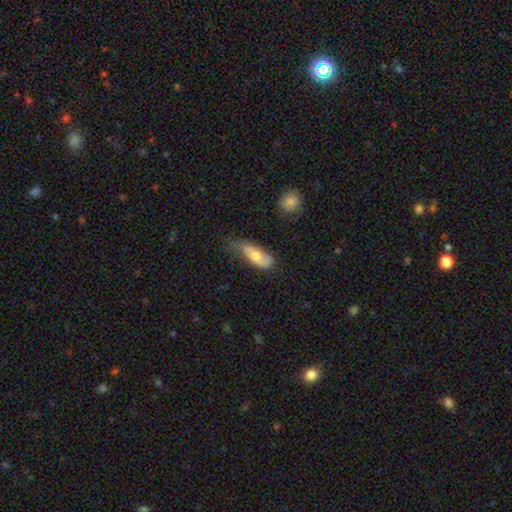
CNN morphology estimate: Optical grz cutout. It shows a smooth galaxy with no disk features (59%) that is in between round and cigar-shaped (77%). Merging: none (43%).